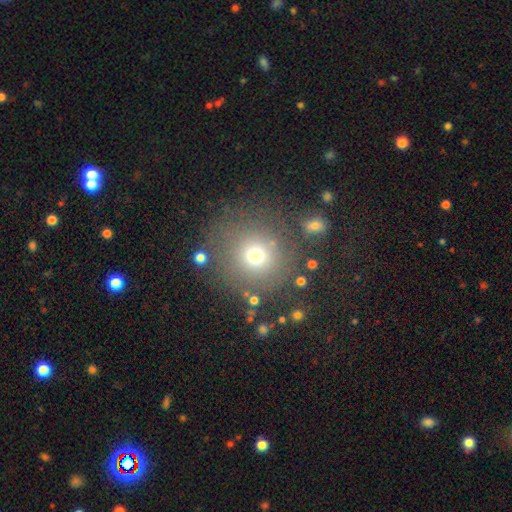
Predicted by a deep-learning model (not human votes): A smooth galaxy with no disk features (70%) that is round (90%).

Vote fractions:
- Smooth or featured? smooth: 70% / star or artifact: 18% / featured or disk: 12%
- How rounded? round: 90% / in between: 9% / cigar-shaped: 1%
- Merging? none: 78% / minor disturbance: 10% / major disturbance: 6% / merger: 6%